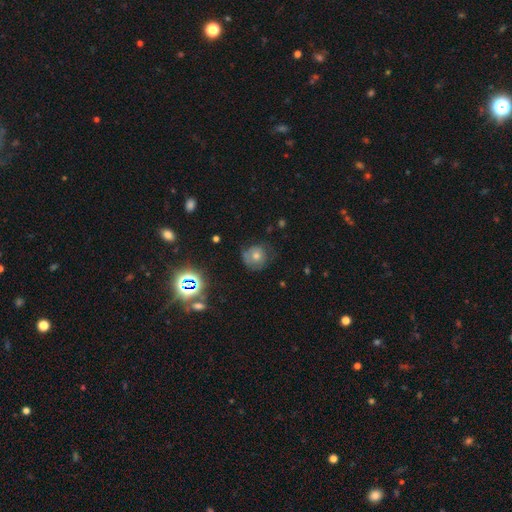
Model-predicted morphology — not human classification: A smooth galaxy with no disk features (59%) that is round (86%). Merging: none (60%).